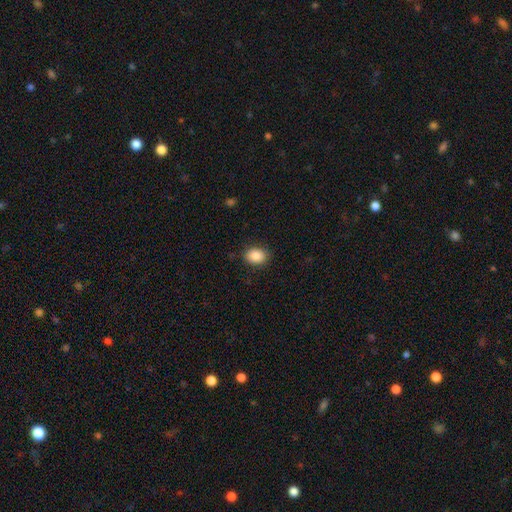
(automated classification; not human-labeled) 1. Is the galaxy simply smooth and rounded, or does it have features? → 87% smooth, 8% star or artifact, 5% featured or disk.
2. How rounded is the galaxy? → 68% in between, 31% round, 1% cigar-shaped.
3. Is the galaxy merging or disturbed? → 87% none, 10% minor disturbance, 2% major disturbance, 1% merger.